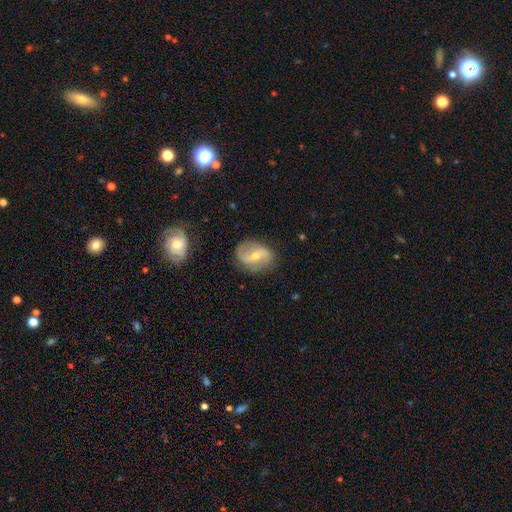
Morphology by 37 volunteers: type=featured or disk (73%); edge-on=no (93%); bar=no (44%); spiral arms=yes (100%); winding=loose (56%); arm count=2 (72%); bulge=moderate (56%); merging=none (63%).